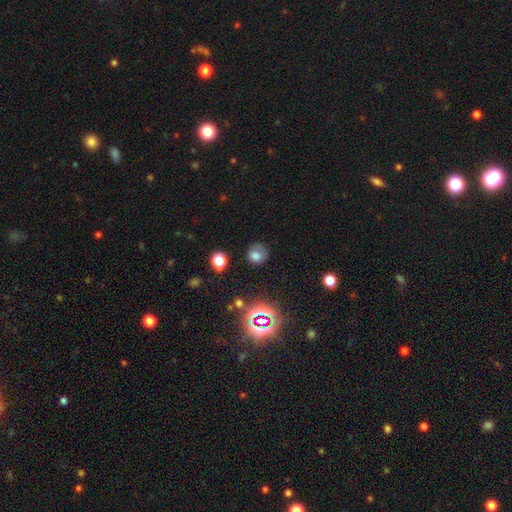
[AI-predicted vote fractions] This is likely a smooth galaxy (70%). How rounded: likely round (76%). Merging: likely none (61%).